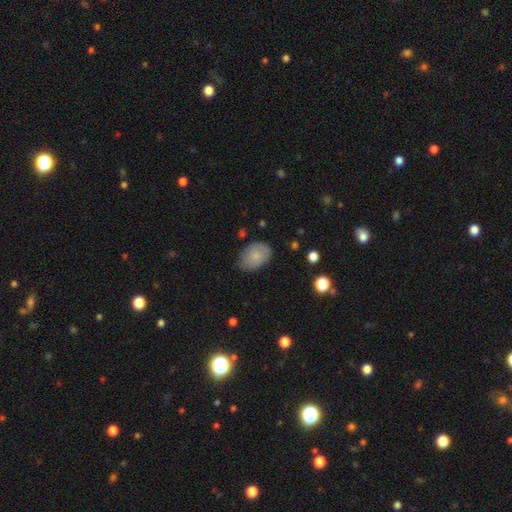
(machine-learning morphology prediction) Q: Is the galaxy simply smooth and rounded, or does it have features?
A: smooth — 80%.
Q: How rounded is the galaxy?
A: in between — 86%.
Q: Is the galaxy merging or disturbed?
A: none — 78%.